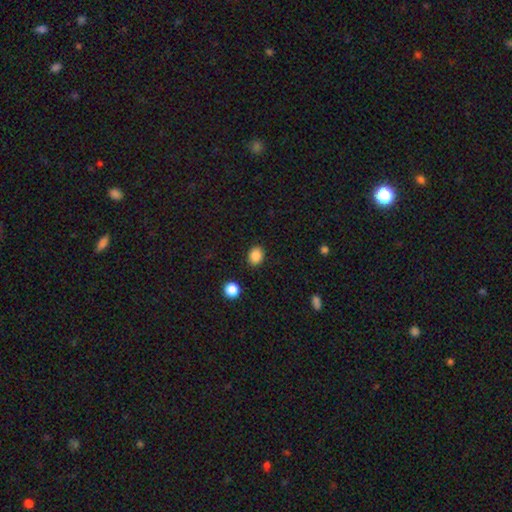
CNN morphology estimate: Smooth or featured? Predicted: smooth (p=0.86). How rounded? Predicted: round (p=0.52). Merging? Predicted: none (p=0.88).